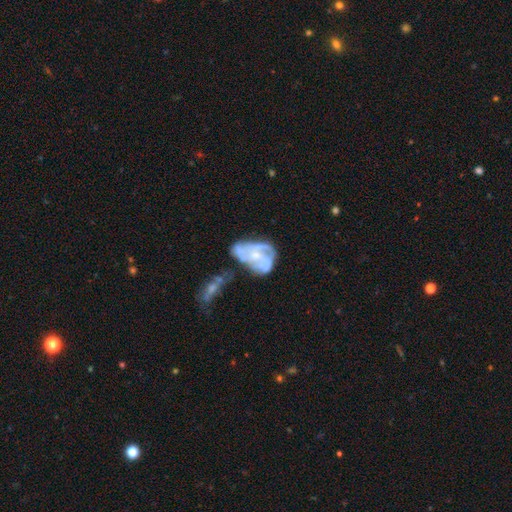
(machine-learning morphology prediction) smooth_or_featured: featured or disk (p=0.71) [alt: smooth p=0.21]
disk_edge_on: no (p=0.97) [alt: yes p=0.03]
bar: no (p=0.77) [alt: weak p=0.19]
has_spiral_arms: yes (p=0.66) [alt: no p=0.34]
bulge_size: small (p=0.53) [alt: moderate p=0.30]
merging: none (p=0.29) [alt: major disturbance p=0.26]